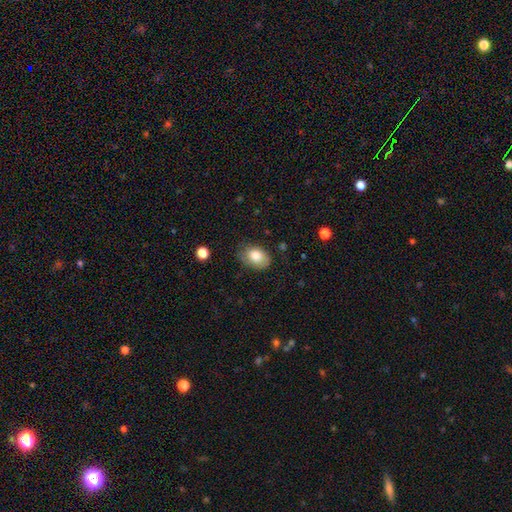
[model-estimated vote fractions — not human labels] Morphology: type=smooth (81%); roundness=in between (80%); merging=none (66%).